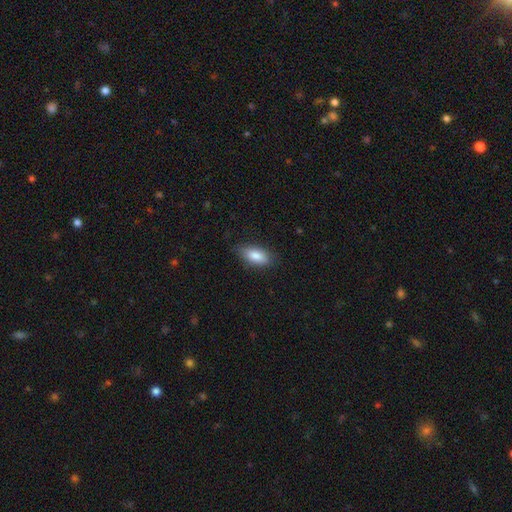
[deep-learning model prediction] Smooth or featured?
  - smooth: 84% *
  - featured or disk: 9%
  - star or artifact: 7%
How rounded?
  - in between: 86% *
  - cigar-shaped: 11%
  - round: 3%
Merging?
  - none: 80% *
  - minor disturbance: 16%
  - major disturbance: 3%
  - merger: 1%